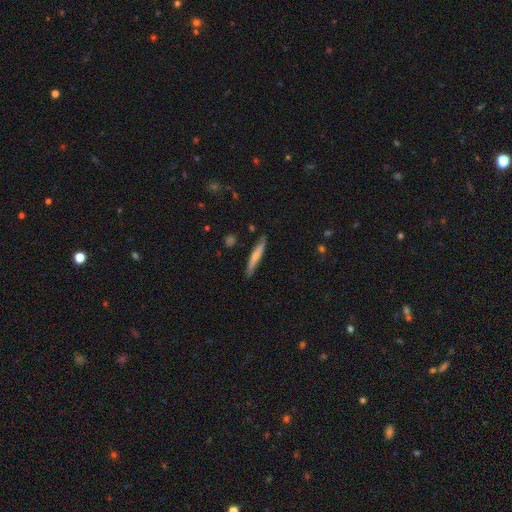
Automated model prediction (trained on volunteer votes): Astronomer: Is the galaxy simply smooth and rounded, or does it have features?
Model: smooth — 63%.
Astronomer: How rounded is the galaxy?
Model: cigar-shaped — 95%.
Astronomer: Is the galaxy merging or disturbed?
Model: none — 84%.